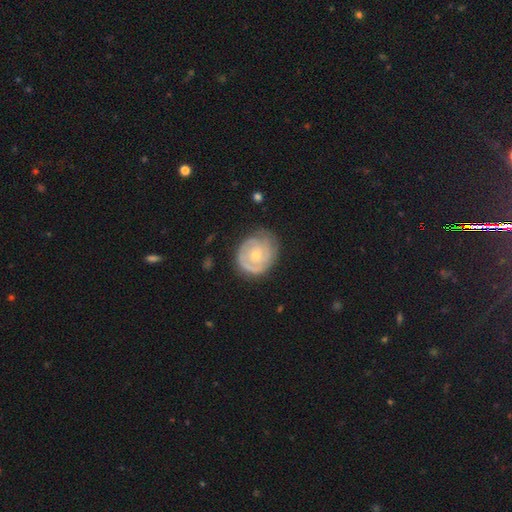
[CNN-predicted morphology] The model was most divided on "spiral arm count": can't tell: 34%, 2: 32%, 1: 16%, 3: 12%, 4: 3%, more than 4: 3%. More confident: edge-on disk — no (97%); spiral arms — yes (83%); bar — no (81%); spiral winding — tight (72%); smooth or featured — featured or disk (71%); merging — none (67%); bulge size — small (56%).